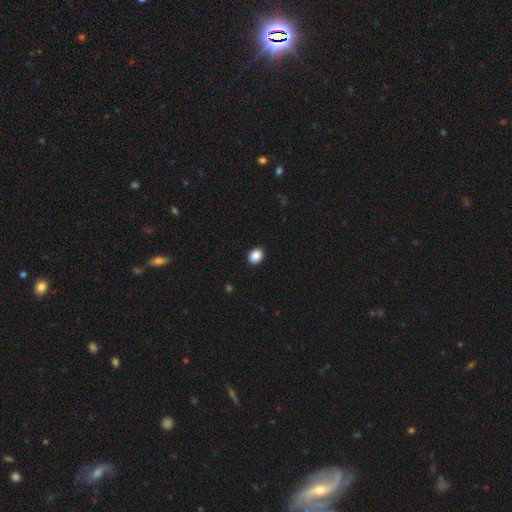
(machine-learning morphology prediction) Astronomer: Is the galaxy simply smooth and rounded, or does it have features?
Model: smooth — 89%.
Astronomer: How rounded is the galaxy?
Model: in between — 60% (runner-up: round, 39%).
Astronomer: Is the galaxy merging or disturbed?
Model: none — 91%.